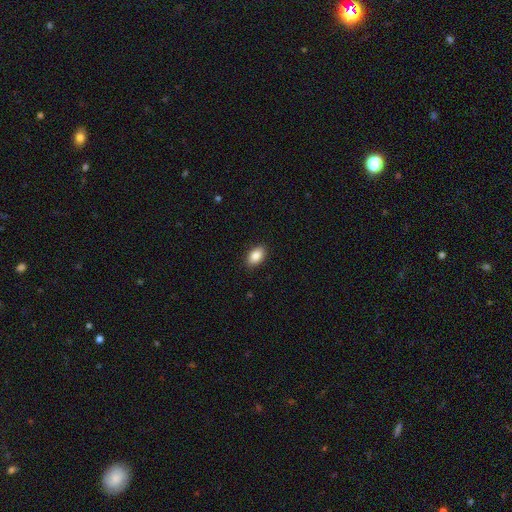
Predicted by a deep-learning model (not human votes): smooth 87%, star or artifact 7%, featured or disk 6%. Down the decision tree: how rounded — in between (91%); merging — none (89%).